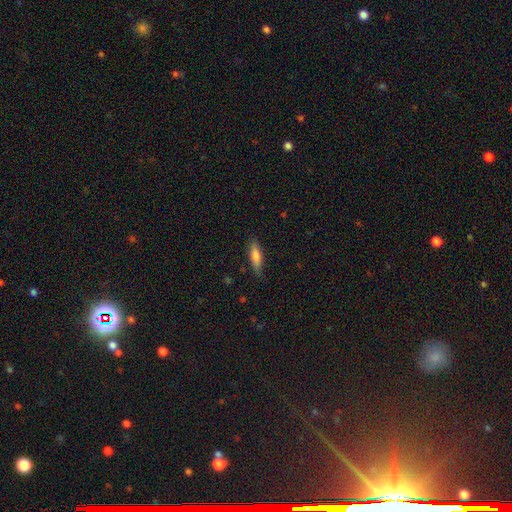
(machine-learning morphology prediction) smooth_or_featured: smooth (p=0.76) [alt: featured or disk p=0.18]
how_rounded: cigar-shaped (p=0.64) [alt: in between p=0.34]
merging: none (p=0.78) [alt: minor disturbance p=0.17]